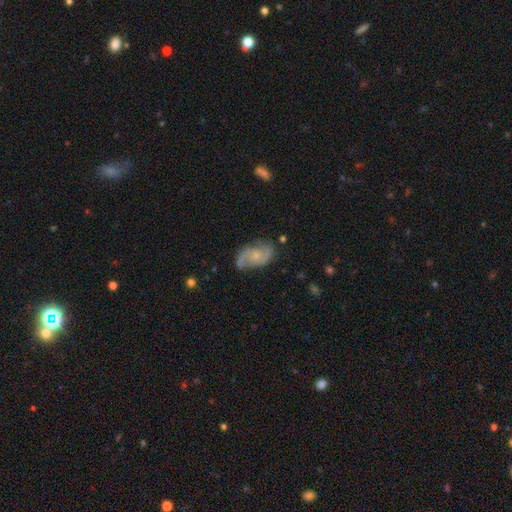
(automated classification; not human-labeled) Smooth or featured? featured or disk (79%)
Edge-on disk? no (97%)
Bar? no (66%)
Spiral arms? yes (95%)
Spiral winding? medium (47%)
Spiral arm count? 2 (87%)
Bulge size? small (61%)
Merging? none (70%)